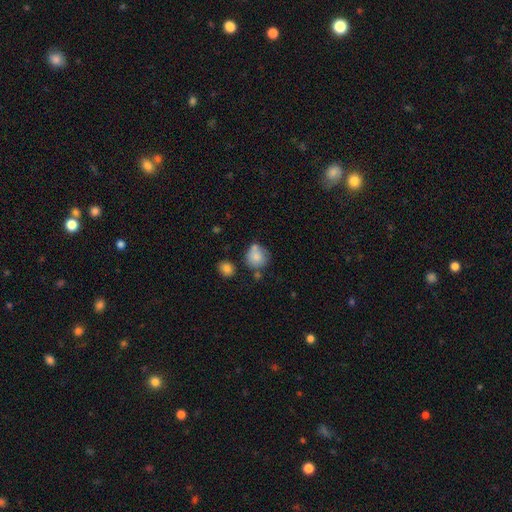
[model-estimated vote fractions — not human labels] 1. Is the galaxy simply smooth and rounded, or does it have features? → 78% smooth, 13% featured or disk, 9% star or artifact.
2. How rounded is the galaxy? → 77% round, 22% in between, 1% cigar-shaped.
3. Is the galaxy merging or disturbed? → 48% none, 24% minor disturbance, 19% merger, 9% major disturbance.